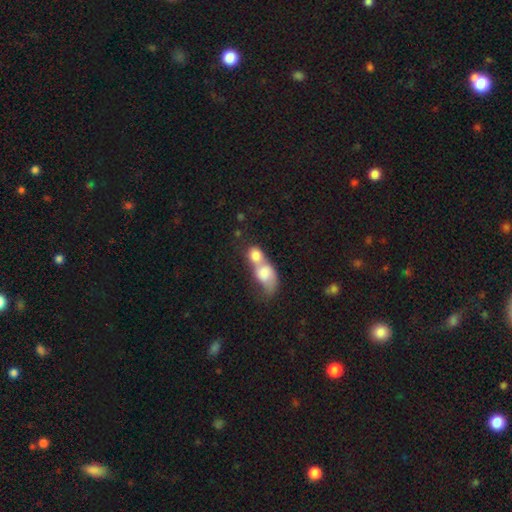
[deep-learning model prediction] Smooth or featured? smooth (73%)
How rounded? in between (56%)
Merging? merger (80%)